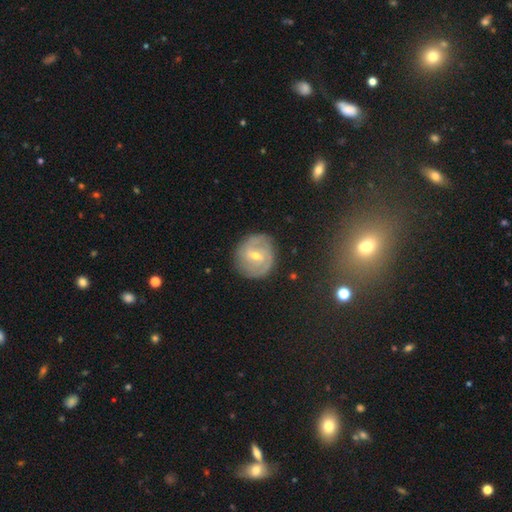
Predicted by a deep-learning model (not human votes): featured or disk 75%, smooth 18%, star or artifact 7%. Down the decision tree: edge-on disk — no (97%); bar — weak (53%); spiral arms — yes (86%); spiral arm count — 2 (56%); spiral winding — tight (52%); bulge size — small (54%); merging — none (81%).